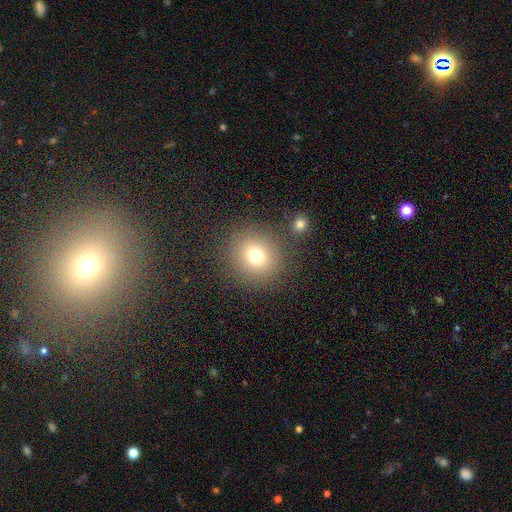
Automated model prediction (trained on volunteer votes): This is likely a smooth galaxy (74%). How rounded: clearly round (90%). Merging: clearly none (84%).